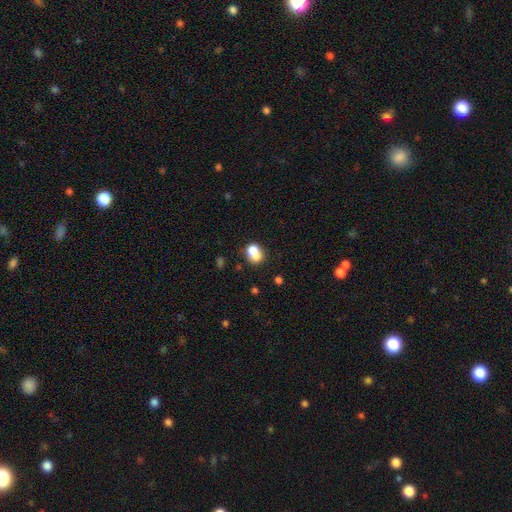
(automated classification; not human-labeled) This is likely a smooth galaxy (71%). How rounded: possibly round (53%). Merging: possibly merger (46%).